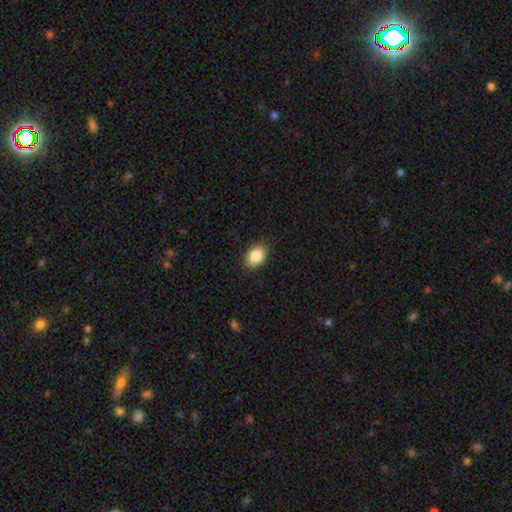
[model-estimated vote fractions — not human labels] Q: Smooth or featured?
A: smooth (88%); runner-up: star or artifact (7%)
Q: How rounded?
A: in between (84%); runner-up: round (15%)
Q: Merging?
A: none (88%); runner-up: minor disturbance (9%)